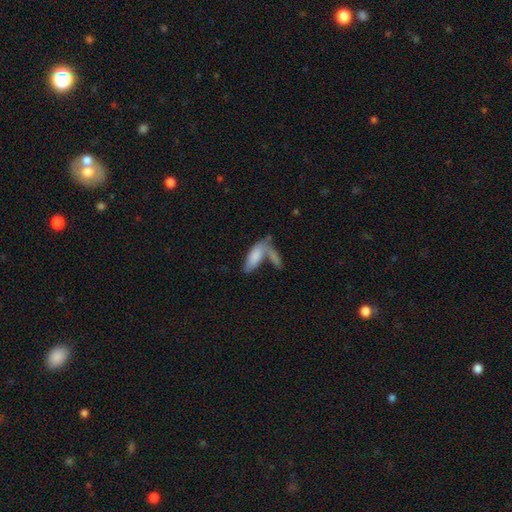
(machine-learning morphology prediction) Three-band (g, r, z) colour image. It shows a smooth galaxy with no disk features (76%) that is in between round and cigar-shaped (65%). Merging: merger (50%).